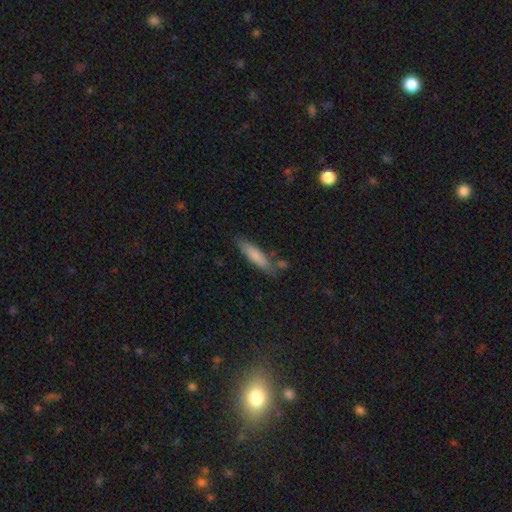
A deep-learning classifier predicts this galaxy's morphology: A smooth galaxy with no disk features (77%) that is cigar-shaped (75%).

Vote fractions:
- Smooth or featured? smooth: 77% / featured or disk: 17% / star or artifact: 6%
- How rounded? cigar-shaped: 75% / in between: 23% / round: 2%
- Merging? none: 73% / minor disturbance: 16% / merger: 7% / major disturbance: 4%